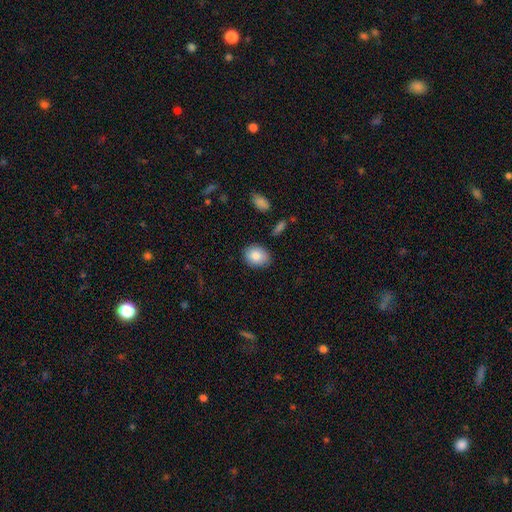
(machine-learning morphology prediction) The model was most divided on "how rounded": in between: 54%, round: 45%, cigar-shaped: 1%. More confident: smooth or featured — smooth (84%); merging — none (83%).